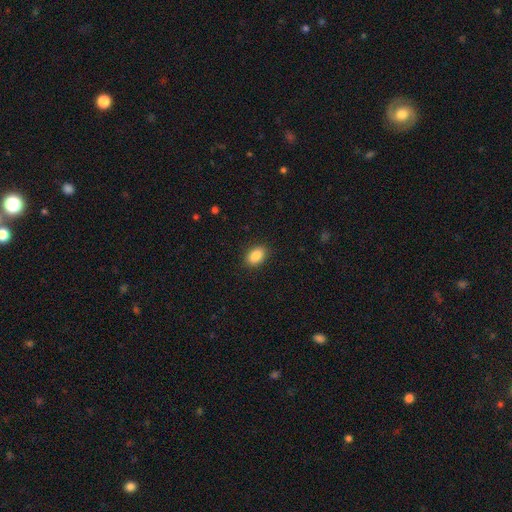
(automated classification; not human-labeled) The model was most divided on "how rounded": in between: 83%, round: 16%, cigar-shaped: 1%. More confident: merging — none (89%); smooth or featured — smooth (88%).